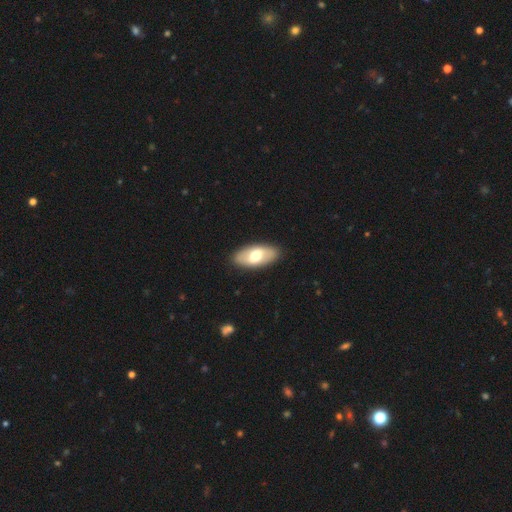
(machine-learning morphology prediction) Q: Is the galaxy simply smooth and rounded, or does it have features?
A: smooth — 56%.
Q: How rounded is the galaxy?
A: in between — 90%.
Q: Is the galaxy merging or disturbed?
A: none — 89%.